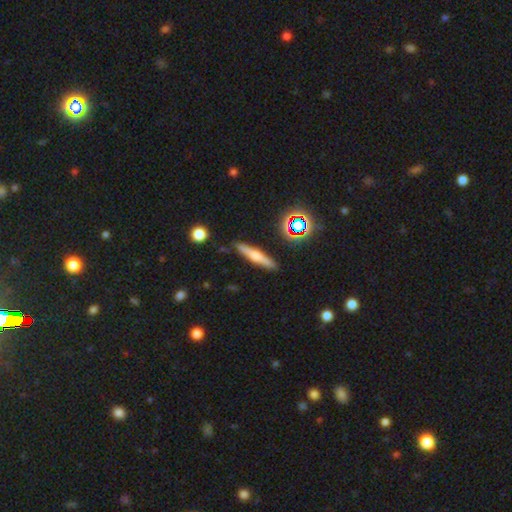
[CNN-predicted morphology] smooth_or_featured: featured or disk (p=0.49) [alt: smooth p=0.41]
merging: none (p=0.87) [alt: minor disturbance p=0.09]